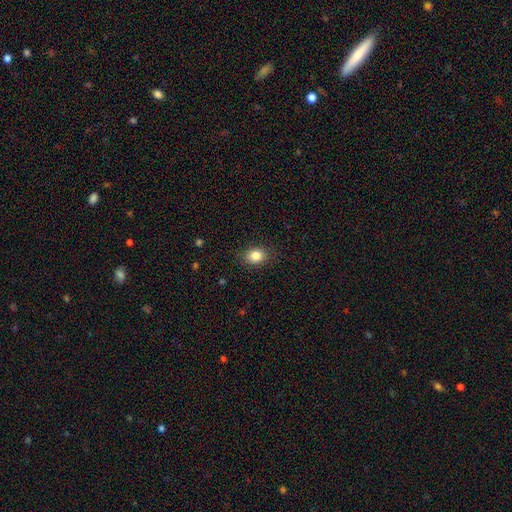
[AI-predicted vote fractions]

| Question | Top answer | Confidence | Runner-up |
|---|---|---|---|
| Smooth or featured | smooth | 84% | star or artifact (10%) |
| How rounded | in between | 51% | round (48%) |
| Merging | none | 87% | minor disturbance (10%) |